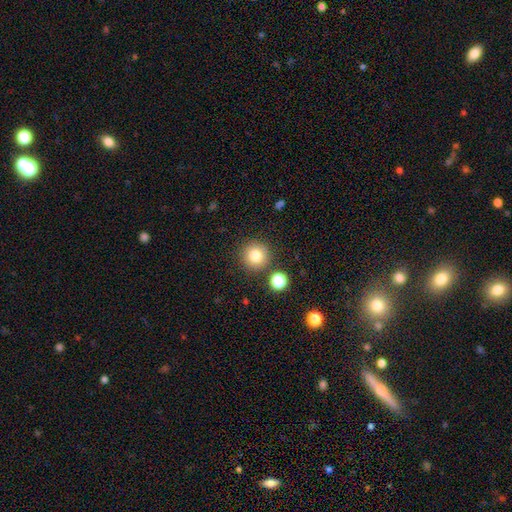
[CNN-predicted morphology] Overall: smooth (80%). How rounded: round (95%). Merging: none (85%).